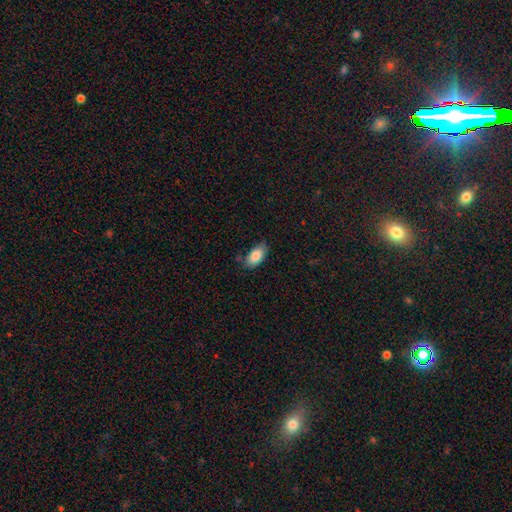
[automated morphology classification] Smooth or featured? Predicted: smooth (p=0.85). How rounded? Predicted: in between (p=0.93). Merging? Predicted: none (p=0.74).